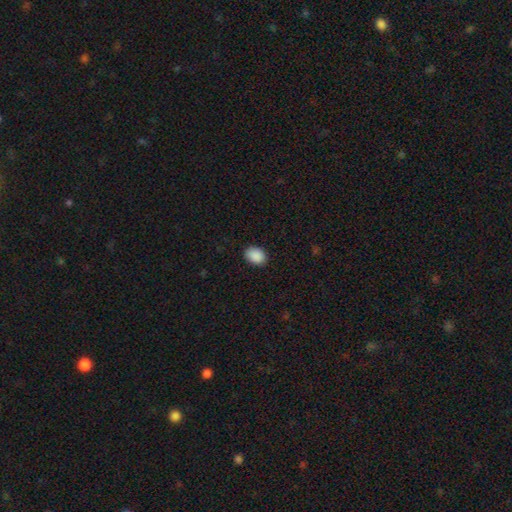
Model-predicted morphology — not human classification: Smooth or featured? Predicted: smooth (p=0.90). How rounded? Predicted: in between (p=0.66). Merging? Predicted: none (p=0.87).